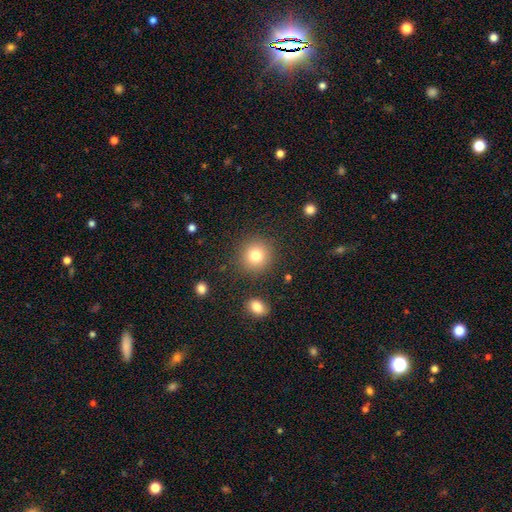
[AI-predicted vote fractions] The model was most divided on "smooth or featured": smooth: 80%, star or artifact: 12%, featured or disk: 8%. More confident: how rounded — round (91%); merging — none (87%).